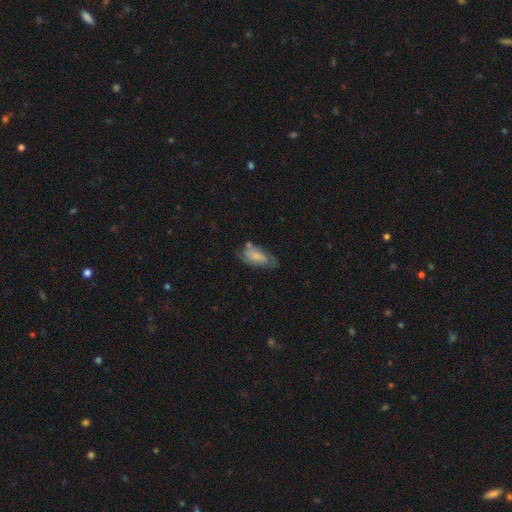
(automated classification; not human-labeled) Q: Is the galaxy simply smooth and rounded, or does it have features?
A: smooth — 67%.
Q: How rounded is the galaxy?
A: in between — 84%.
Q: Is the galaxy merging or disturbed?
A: none — 49%.